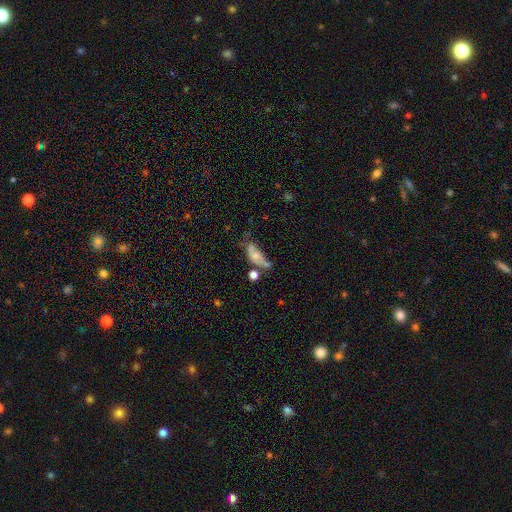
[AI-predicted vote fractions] Smooth or featured? smooth (55%)
How rounded? in between (81%)
Merging? major disturbance (26%)